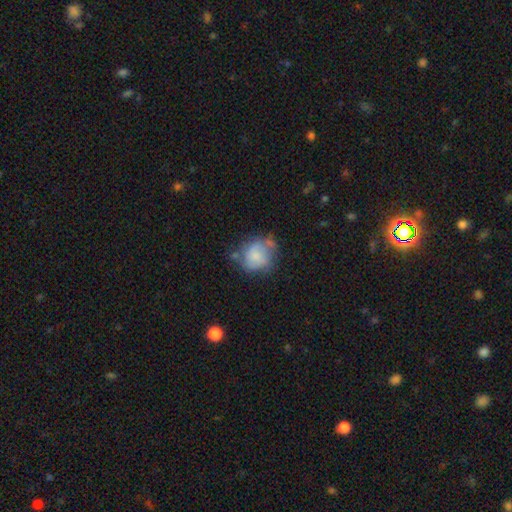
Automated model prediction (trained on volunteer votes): smooth 49%, featured or disk 43%, star or artifact 8%. Down the decision tree: merging — none (46%).